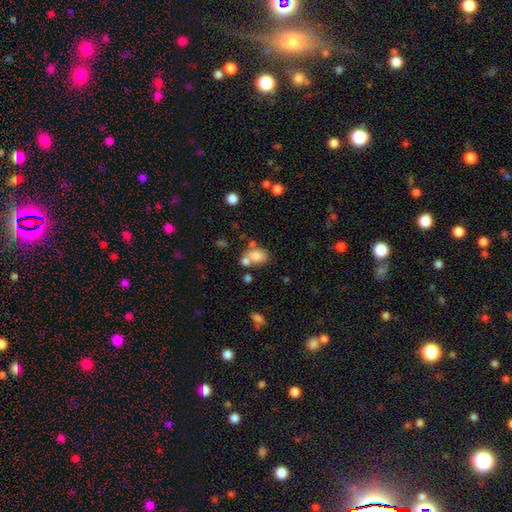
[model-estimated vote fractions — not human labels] This is likely a smooth galaxy (76%). How rounded: likely in between (64%). Merging: marginally none (43%).